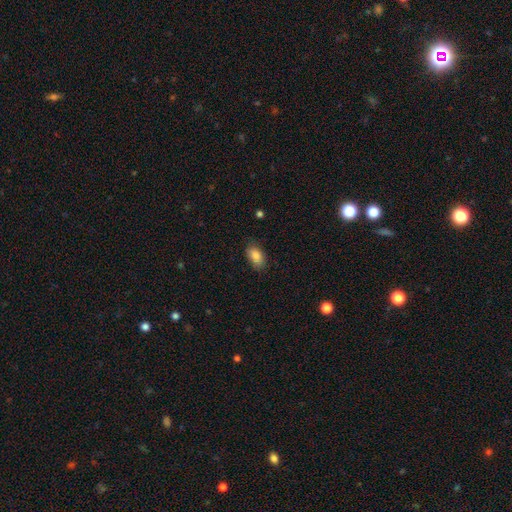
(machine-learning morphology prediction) A smooth galaxy with no disk features (86%) that is in between round and cigar-shaped (91%).

Vote fractions:
- Smooth or featured? smooth: 86% / star or artifact: 8% / featured or disk: 6%
- How rounded? in between: 91% / round: 7% / cigar-shaped: 2%
- Merging? none: 83% / minor disturbance: 14% / major disturbance: 3% / merger: 1%